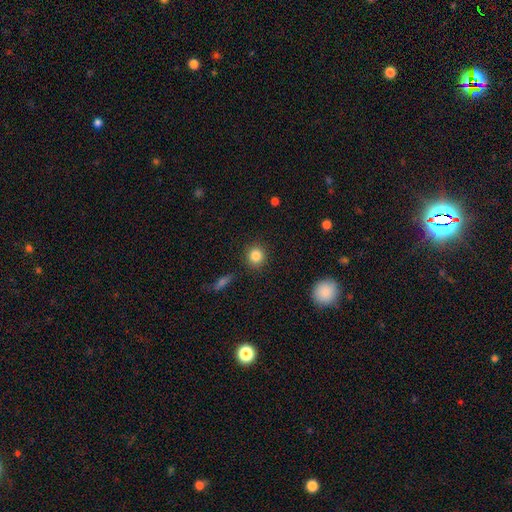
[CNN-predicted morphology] smooth 85%, star or artifact 10%, featured or disk 5%. Down the decision tree: how rounded — round (89%); merging — none (90%).